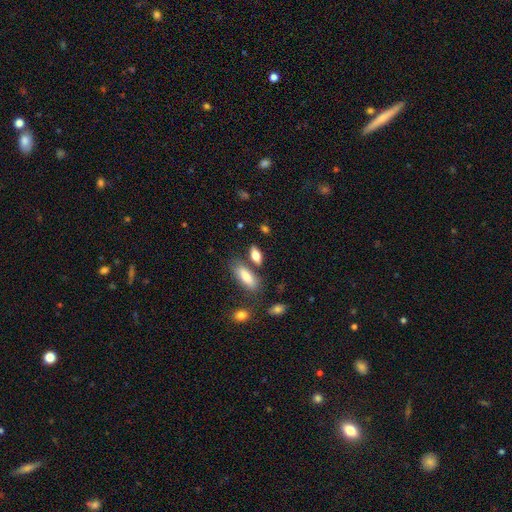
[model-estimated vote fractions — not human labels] Overall: smooth (77%). How rounded: in between (75%). Merging: none (68%).